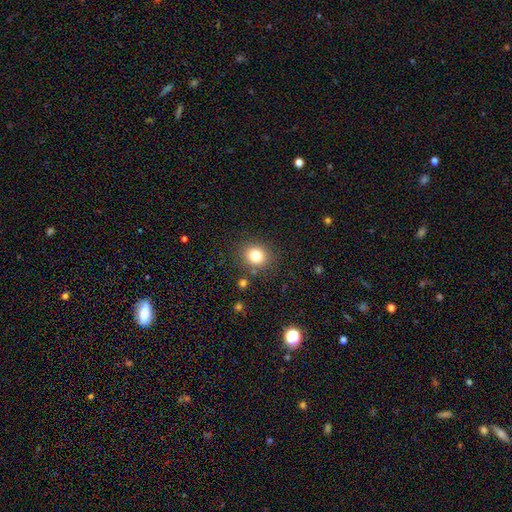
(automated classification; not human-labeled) smooth 80%, star or artifact 12%, featured or disk 7%. Down the decision tree: how rounded — round (77%); merging — none (83%).